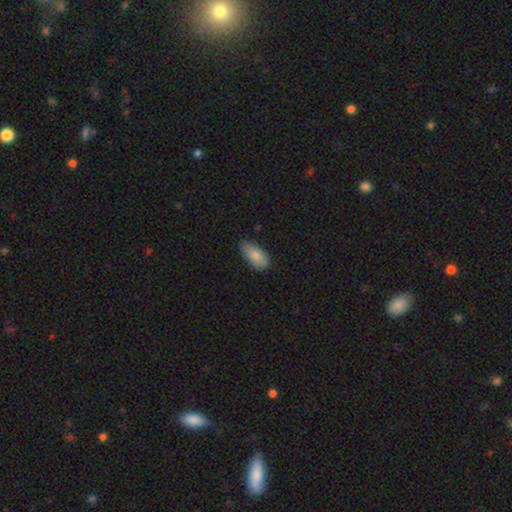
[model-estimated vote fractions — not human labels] smooth-or-featured: smooth: 84% | featured or disk: 10% | star or artifact: 6%
  how-rounded: in between: 91% | cigar-shaped: 7% | round: 2%
  merging: none: 74% | minor disturbance: 21% | major disturbance: 3% | merger: 1%